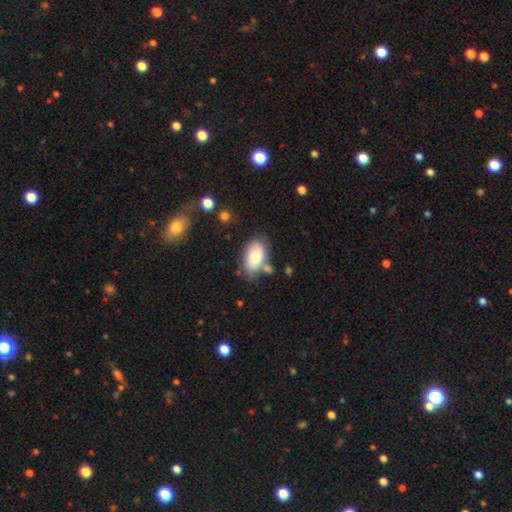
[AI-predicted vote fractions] smooth-or-featured: smooth: 73% | featured or disk: 21% | star or artifact: 7%
  how-rounded: in between: 93% | round: 6% | cigar-shaped: 2%
  merging: none: 54% | minor disturbance: 23% | merger: 14% | major disturbance: 8%